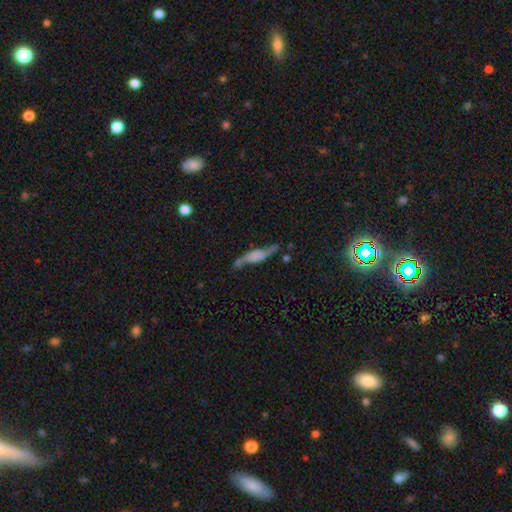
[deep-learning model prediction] Overall: featured or disk (57%; smooth 34%). Edge-on disk: yes (53%; no 47%). Merging: none (54%; minor disturbance 25%).